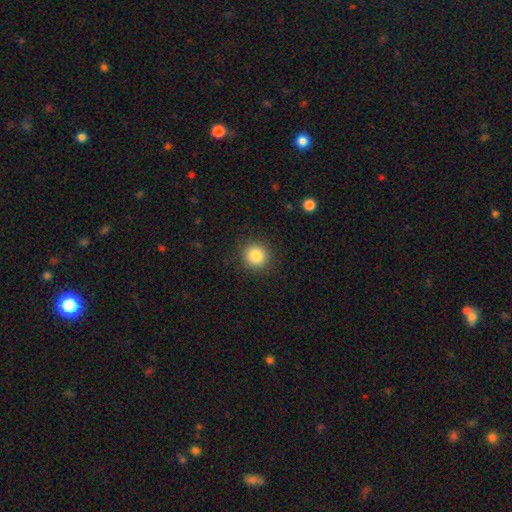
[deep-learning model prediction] smooth 85%, star or artifact 10%, featured or disk 5%. Down the decision tree: how rounded — round (93%); merging — none (91%).